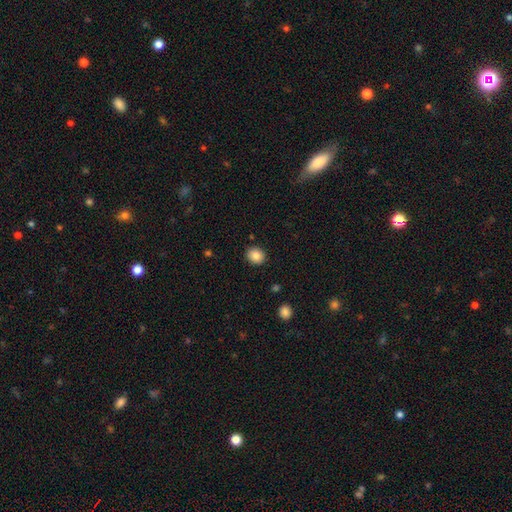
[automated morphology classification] Overall: smooth (86%). How rounded: round (67%; in between 33%). Merging: none (89%).